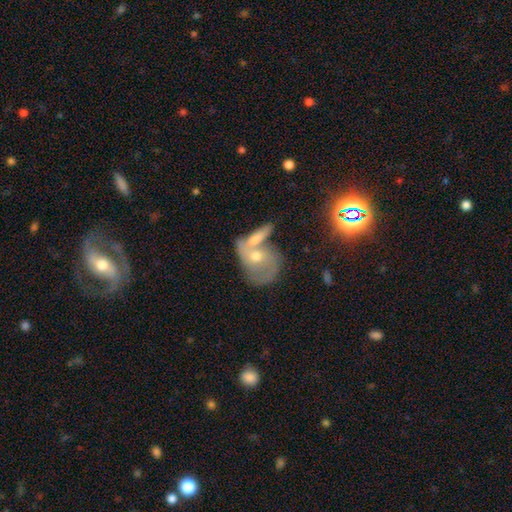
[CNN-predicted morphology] smooth_or_featured: featured or disk (p=0.54) [alt: smooth p=0.30]
disk_edge_on: no (p=0.90) [alt: yes p=0.10]
merging: merger (p=0.52) [alt: none p=0.29]